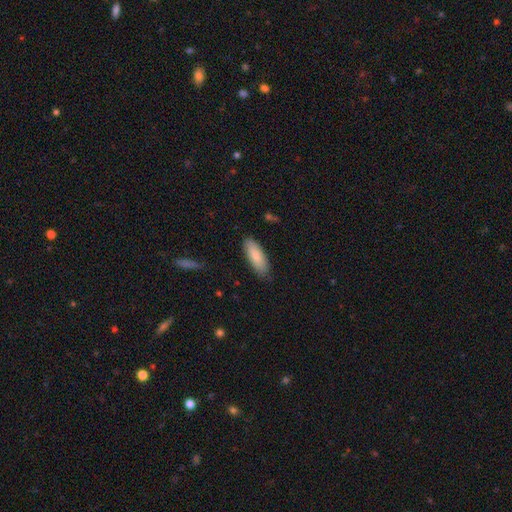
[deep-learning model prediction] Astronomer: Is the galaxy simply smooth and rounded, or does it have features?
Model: smooth — 85%.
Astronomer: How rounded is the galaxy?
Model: in between — 69%.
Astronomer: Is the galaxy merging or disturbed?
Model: none — 83%.